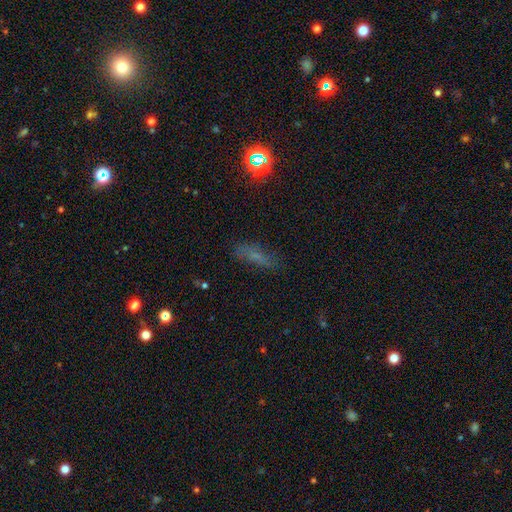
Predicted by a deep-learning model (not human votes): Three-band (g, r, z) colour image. It shows a smooth galaxy with no disk features (56%) that is cigar-shaped (51%). Merging: none (72%).